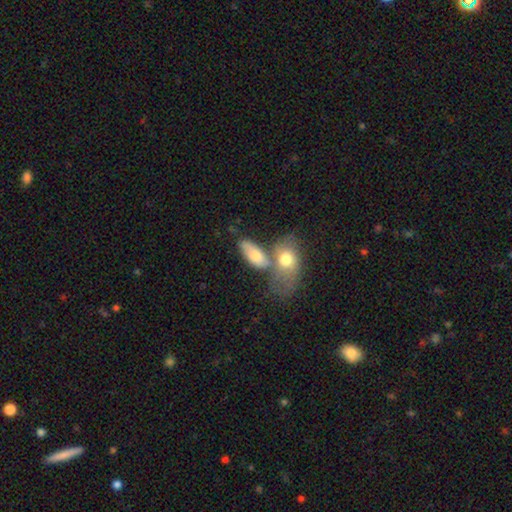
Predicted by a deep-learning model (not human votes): Q: Smooth or featured?
A: smooth (69%); runner-up: featured or disk (25%)
Q: How rounded?
A: in between (85%); runner-up: cigar-shaped (10%)
Q: Merging?
A: merger (55%); runner-up: none (27%)